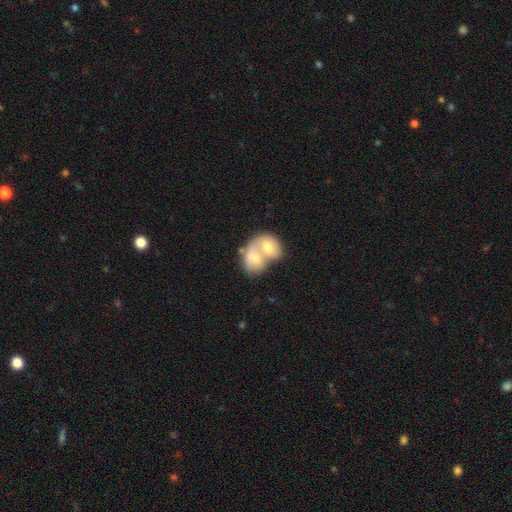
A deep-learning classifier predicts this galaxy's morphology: Overall: smooth (60%; featured or disk 33%). How rounded: in between (64%; round 35%). Merging: merger (82%).